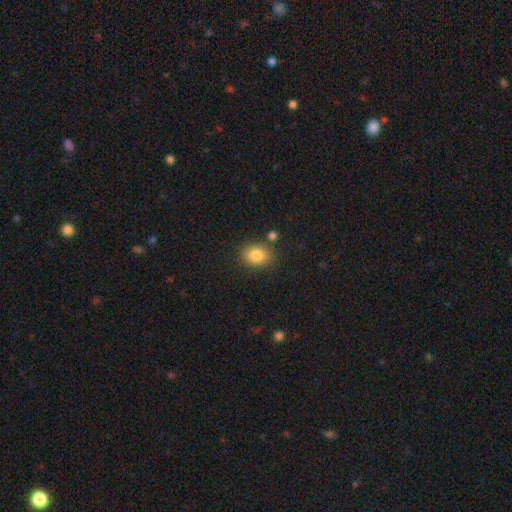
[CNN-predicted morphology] smooth_or_featured: smooth (p=0.84) [alt: star or artifact p=0.09]
how_rounded: round (p=0.54) [alt: in between p=0.45]
merging: none (p=0.80) [alt: minor disturbance p=0.11]